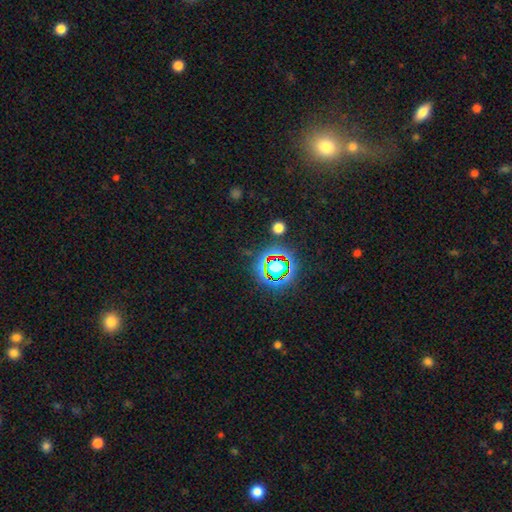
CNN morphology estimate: The model was most divided on "smooth or featured": star or artifact: 78%, smooth: 13%, featured or disk: 9%.